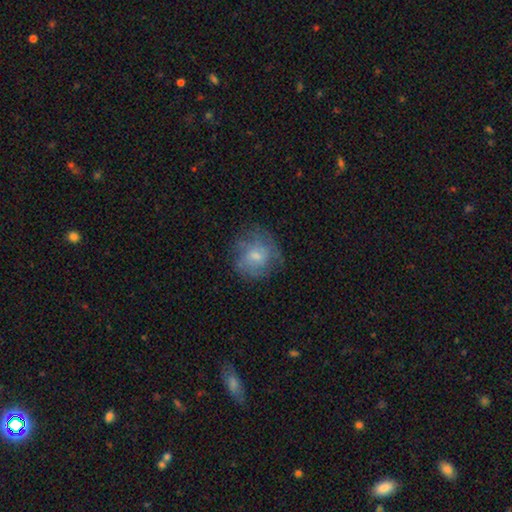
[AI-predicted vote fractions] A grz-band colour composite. It shows a smooth galaxy with no disk features (50%) that is round (82%). Merging: none (66%).